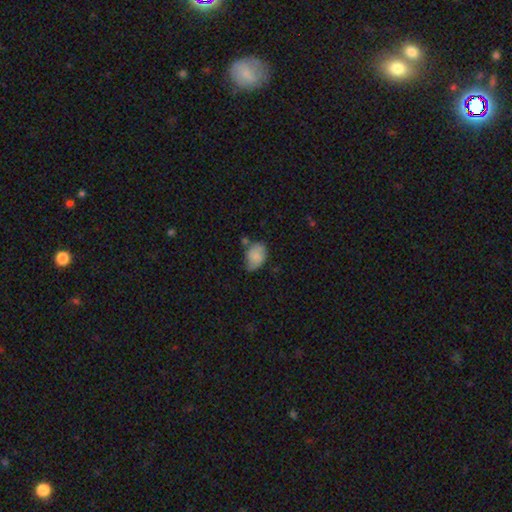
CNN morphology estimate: smooth-or-featured: smooth: 78% | featured or disk: 14% | star or artifact: 8%
  how-rounded: in between: 79% | round: 20% | cigar-shaped: 1%
  merging: none: 47% | minor disturbance: 36% | major disturbance: 9% | merger: 8%